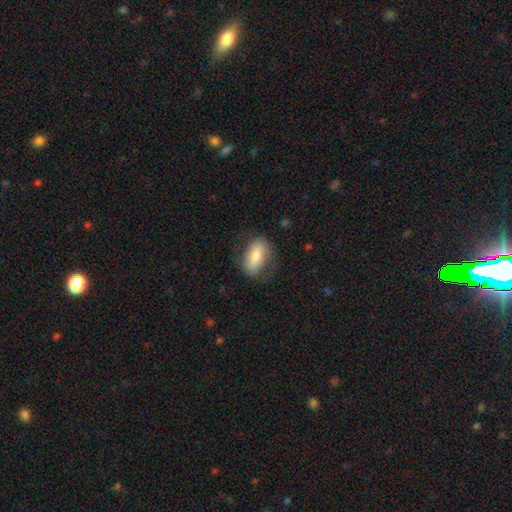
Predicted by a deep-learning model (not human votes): Overall: smooth (66%; featured or disk 27%). How rounded: in between (88%). Merging: none (73%).